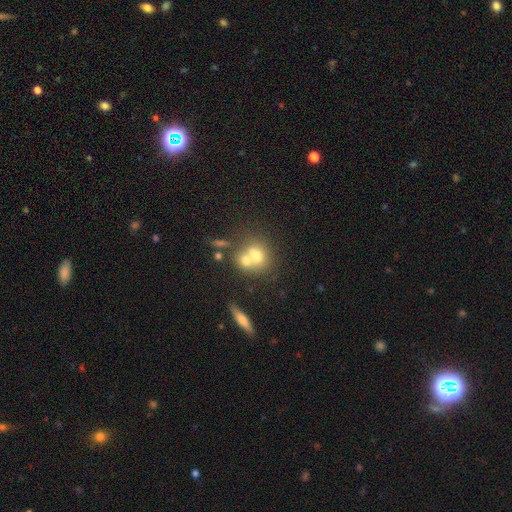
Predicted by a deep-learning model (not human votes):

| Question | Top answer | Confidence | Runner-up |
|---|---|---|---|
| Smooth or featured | smooth | 61% | featured or disk (27%) |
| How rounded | round | 64% | in between (34%) |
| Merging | merger | 59% | none (30%) |